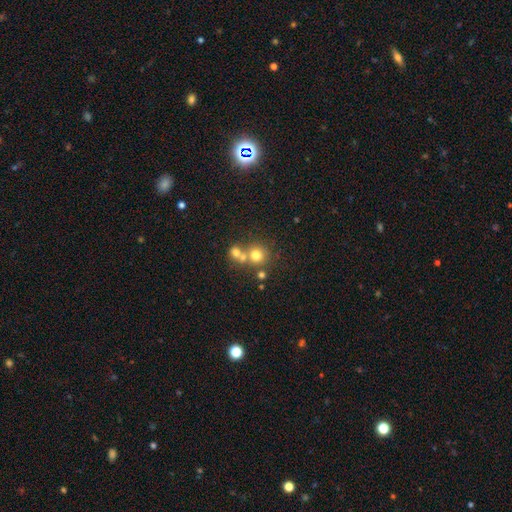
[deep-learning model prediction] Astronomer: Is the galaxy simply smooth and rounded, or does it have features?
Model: smooth — 71%.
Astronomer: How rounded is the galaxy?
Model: round — 87%.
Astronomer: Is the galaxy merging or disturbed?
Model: none — 49% (runner-up: merger, 41%).